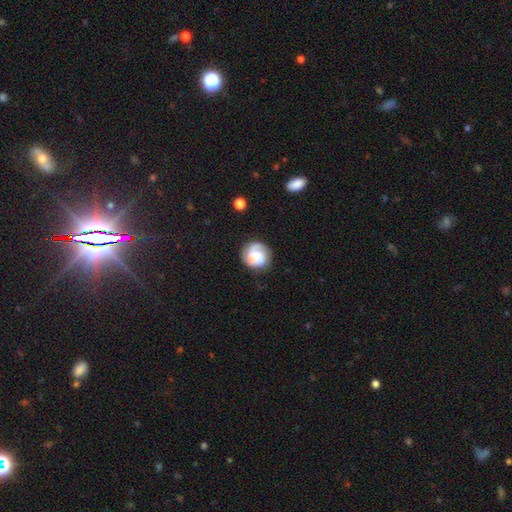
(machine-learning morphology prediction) Smooth or featured: featured or disk — 63% (smooth — 29%)
Edge-on disk: no — 98% (yes — 2%)
Bar: no — 45% (weak — 43%)
Spiral arms: yes — 89% (no — 11%)
Spiral winding: tight — 50% (medium — 35%)
Spiral arm count: 2 — 47% (1 — 30%)
Bulge size: moderate — 36% (small — 33%)
Merging: none — 71% (minor disturbance — 17%)